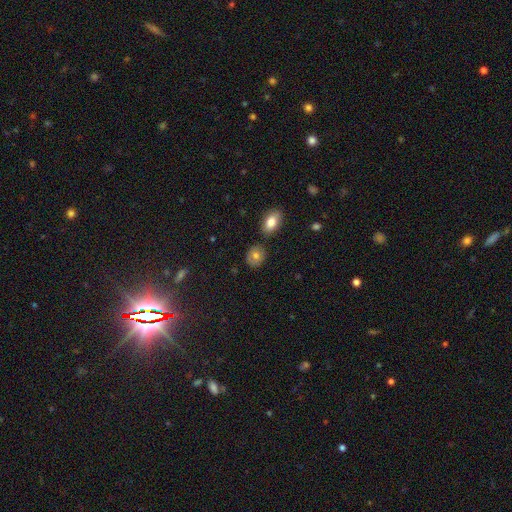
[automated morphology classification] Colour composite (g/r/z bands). It shows a smooth galaxy with no disk features (75%) that is round (59%). Merging: none (78%).